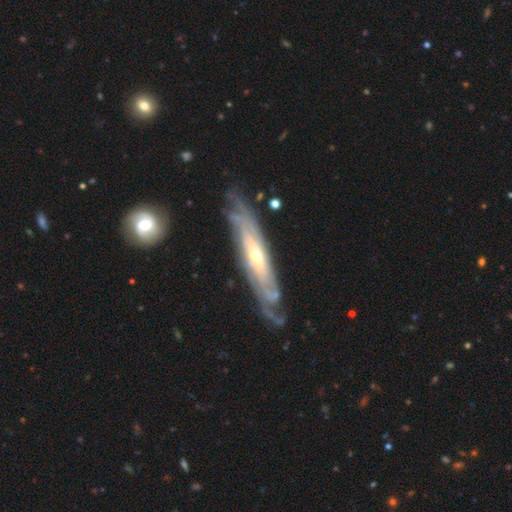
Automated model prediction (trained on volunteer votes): Morphology: type=featured or disk (86%); edge-on=no (67%); bar=no (67%); spiral arms=yes (90%); winding=tight (74%); arm count=can't tell (58%); bulge=small (56%); merging=none (73%).